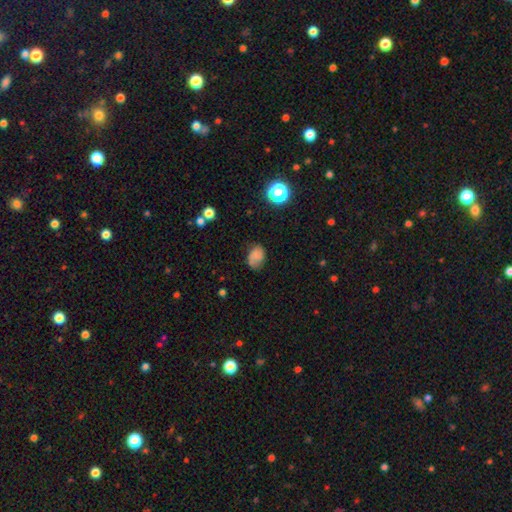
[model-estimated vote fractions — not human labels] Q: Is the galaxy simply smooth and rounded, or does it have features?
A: smooth — 64%.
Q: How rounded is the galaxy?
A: in between — 72%.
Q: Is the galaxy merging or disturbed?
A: none — 58%.